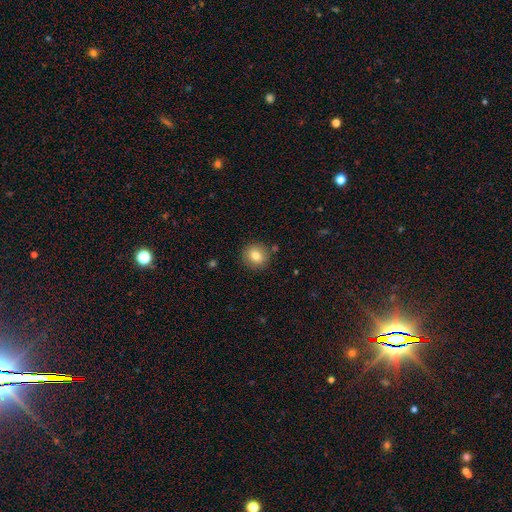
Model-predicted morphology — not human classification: smooth-or-featured: smooth: 80% | star or artifact: 10% | featured or disk: 10%
  how-rounded: round: 89% | in between: 10% | cigar-shaped: 1%
  merging: none: 87% | minor disturbance: 9% | merger: 3% | major disturbance: 2%